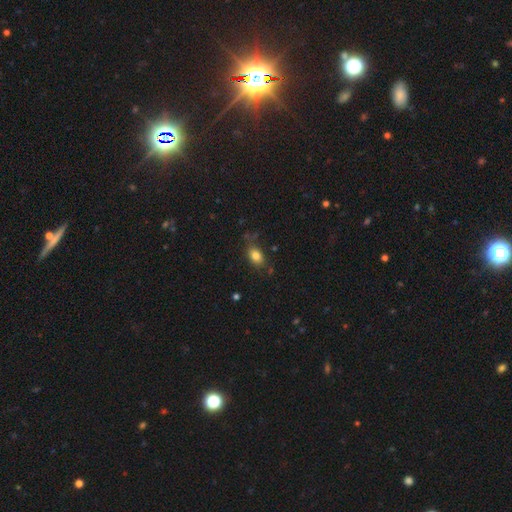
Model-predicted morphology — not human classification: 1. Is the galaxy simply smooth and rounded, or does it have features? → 81% smooth, 10% star or artifact, 9% featured or disk.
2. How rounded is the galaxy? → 82% in between, 15% round, 2% cigar-shaped.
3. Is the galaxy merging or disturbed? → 74% none, 18% minor disturbance, 5% major disturbance, 3% merger.